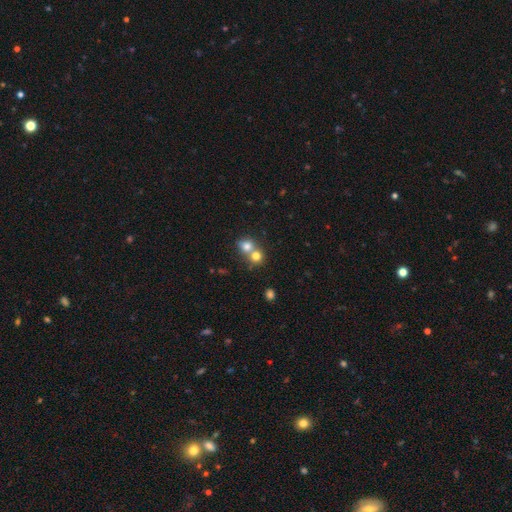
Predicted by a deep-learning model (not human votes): This appears to be a smooth galaxy with no disk features (75%) that is round (81%). Merging: merger (60%).